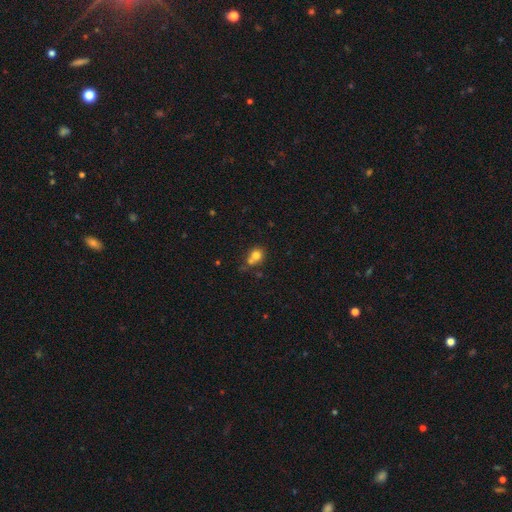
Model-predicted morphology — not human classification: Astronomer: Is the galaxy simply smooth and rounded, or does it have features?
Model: smooth — 77%.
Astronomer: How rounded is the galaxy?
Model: round — 77%.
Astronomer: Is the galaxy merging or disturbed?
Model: none — 48% (runner-up: merger, 35%).